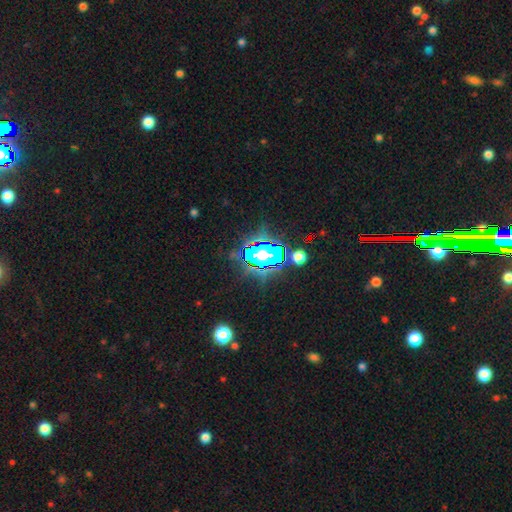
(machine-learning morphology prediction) This appears to be a star or artifact, not a galaxy (81%).